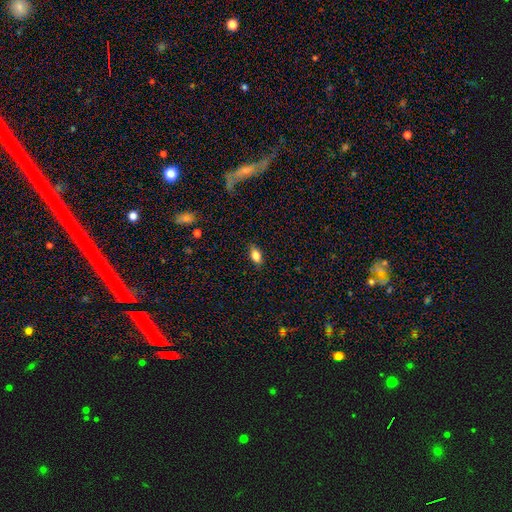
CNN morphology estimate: Smooth or featured?
  - smooth: 81% *
  - featured or disk: 10%
  - star or artifact: 9%
How rounded?
  - in between: 88% *
  - round: 7%
  - cigar-shaped: 6%
Merging?
  - none: 86% *
  - minor disturbance: 10%
  - major disturbance: 2%
  - merger: 1%